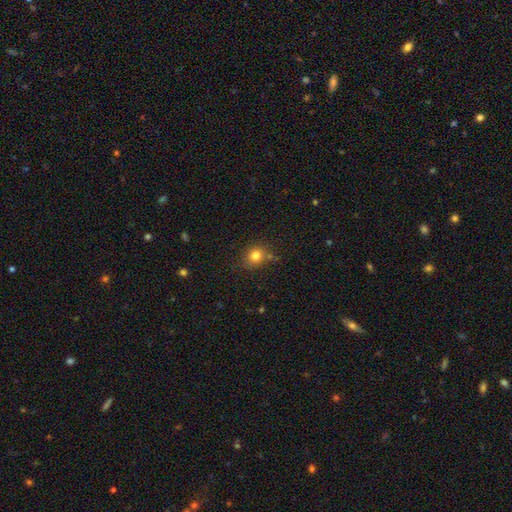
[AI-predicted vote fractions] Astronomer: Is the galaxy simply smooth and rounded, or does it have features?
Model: smooth — 80%.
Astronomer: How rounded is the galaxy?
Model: round — 78%.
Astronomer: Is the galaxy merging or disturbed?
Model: none — 74%.